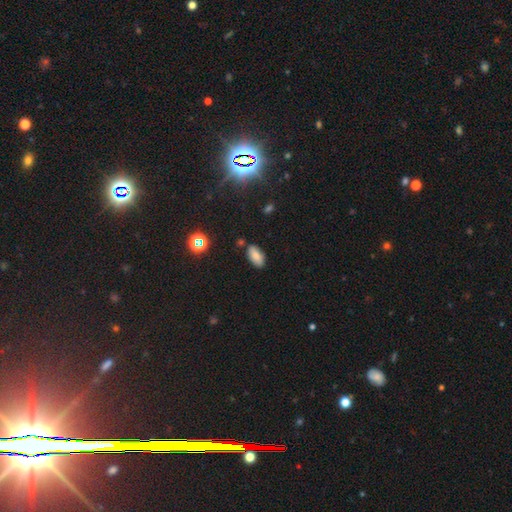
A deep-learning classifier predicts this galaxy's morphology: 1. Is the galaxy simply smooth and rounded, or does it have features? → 79% smooth, 12% star or artifact, 9% featured or disk.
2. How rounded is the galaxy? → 92% in between, 4% cigar-shaped, 4% round.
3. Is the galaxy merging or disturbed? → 81% none, 13% minor disturbance, 3% merger, 3% major disturbance.